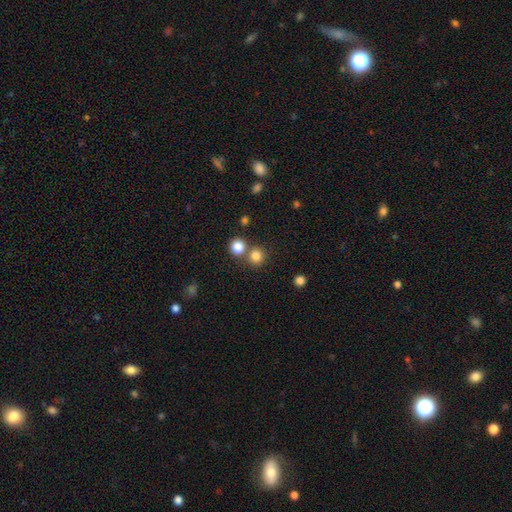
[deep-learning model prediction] This appears to be a smooth galaxy with no disk features (81%) that is round (90%). Merging: none (65%).